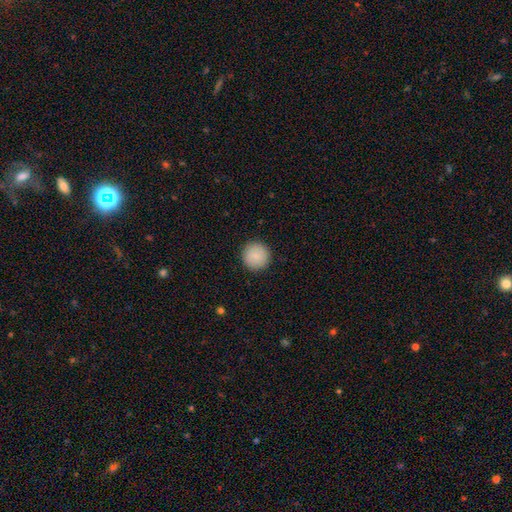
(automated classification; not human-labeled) This appears to be a smooth galaxy with no disk features (88%) that is round (96%). Merging: none (93%).